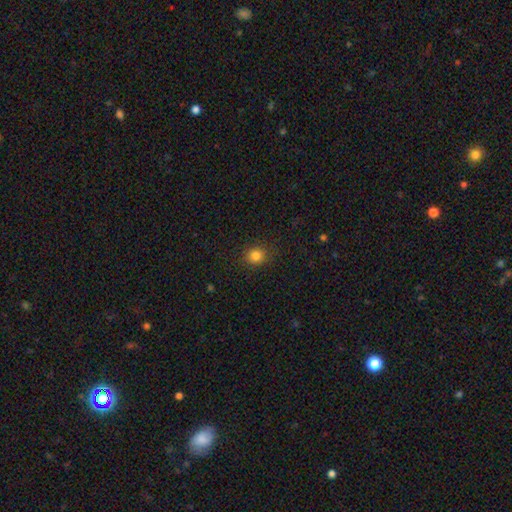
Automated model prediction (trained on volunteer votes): A smooth galaxy with no disk features (82%) that is round (81%).

Vote fractions:
- Smooth or featured? smooth: 82% / star or artifact: 13% / featured or disk: 5%
- How rounded? round: 81% / in between: 19% / cigar-shaped: 1%
- Merging? none: 89% / minor disturbance: 8% / major disturbance: 3% / merger: 1%